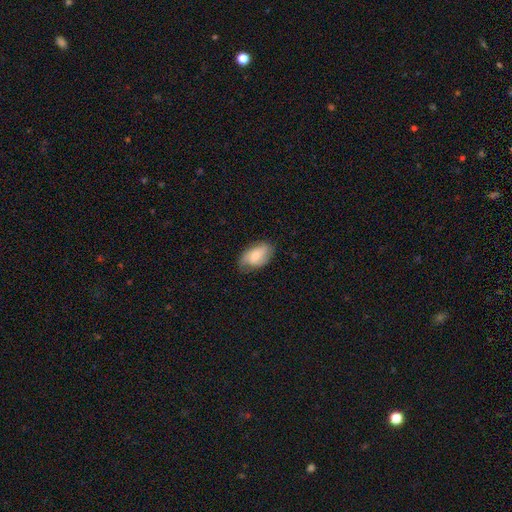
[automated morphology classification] Smooth or featured?
  - smooth: 69% *
  - featured or disk: 25%
  - star or artifact: 7%
How rounded?
  - in between: 92% *
  - round: 6%
  - cigar-shaped: 2%
Merging?
  - none: 70% *
  - minor disturbance: 24%
  - major disturbance: 5%
  - merger: 1%